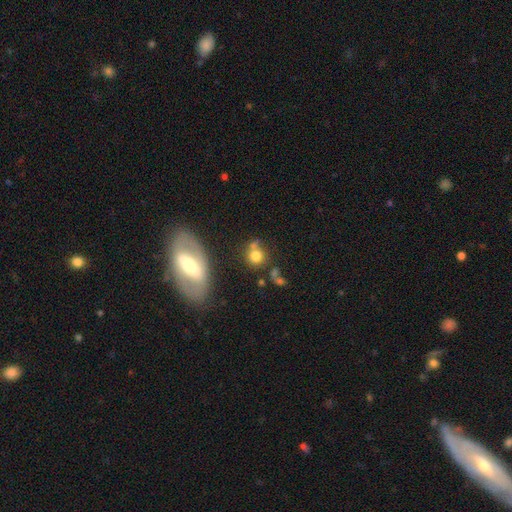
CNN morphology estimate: smooth 75%, featured or disk 14%, star or artifact 12%. Down the decision tree: how rounded — round (81%); merging — none (53%).